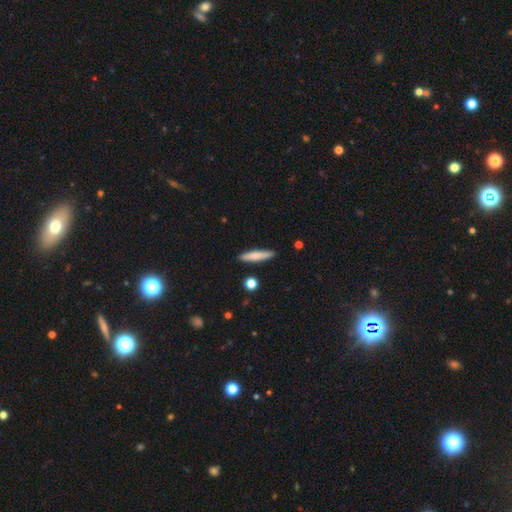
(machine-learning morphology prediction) Q: Smooth or featured?
A: smooth (76%); runner-up: featured or disk (18%)
Q: How rounded?
A: cigar-shaped (87%); runner-up: in between (11%)
Q: Merging?
A: none (88%); runner-up: minor disturbance (8%)